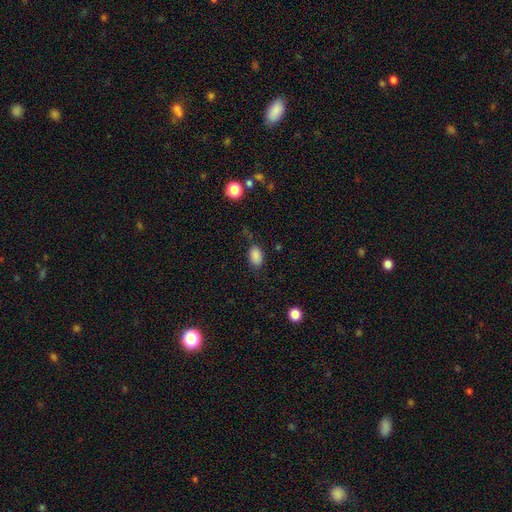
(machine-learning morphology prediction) Smooth or featured? smooth (87%)
How rounded? in between (87%)
Merging? none (73%)